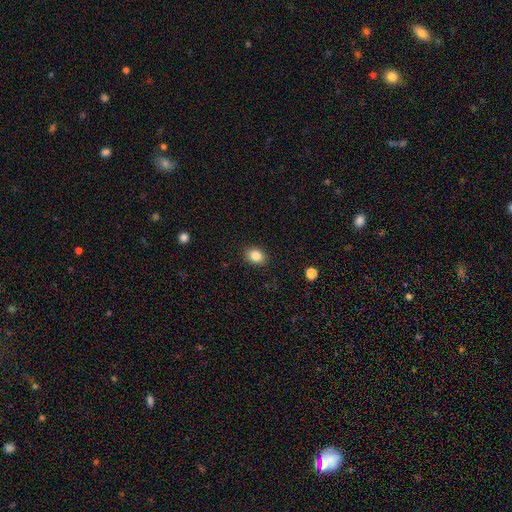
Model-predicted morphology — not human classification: Smooth or featured?
  - smooth: 85% *
  - star or artifact: 10%
  - featured or disk: 5%
How rounded?
  - in between: 57% *
  - round: 42%
  - cigar-shaped: 1%
Merging?
  - none: 89% *
  - minor disturbance: 8%
  - major disturbance: 2%
  - merger: 1%